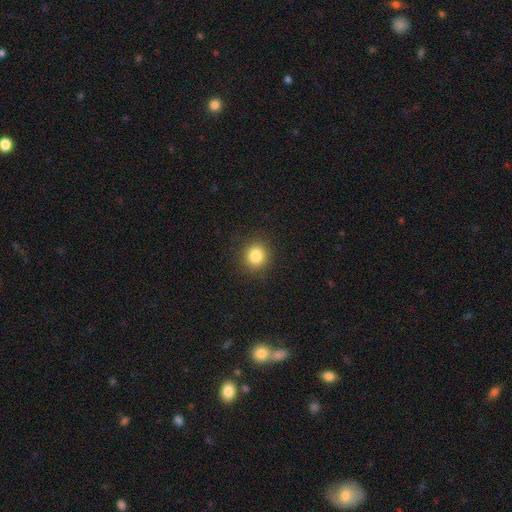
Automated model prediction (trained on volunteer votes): Smooth or featured? smooth (84%)
How rounded? round (86%)
Merging? none (90%)